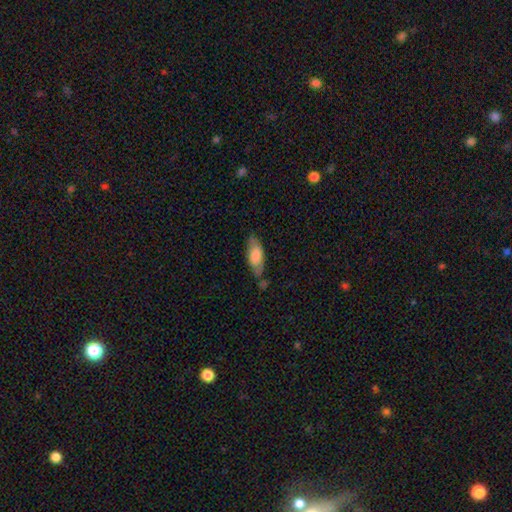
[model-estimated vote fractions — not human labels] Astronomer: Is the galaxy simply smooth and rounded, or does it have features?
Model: smooth — 73%.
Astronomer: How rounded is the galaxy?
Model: in between — 74%.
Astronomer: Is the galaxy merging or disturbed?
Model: none — 62%.